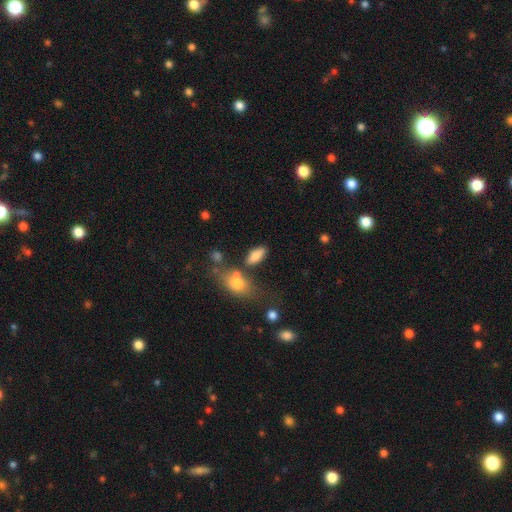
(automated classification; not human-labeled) Smooth or featured: smooth — 80% (featured or disk — 11%)
How rounded: in between — 84% (cigar-shaped — 12%)
Merging: none — 67% (minor disturbance — 15%)